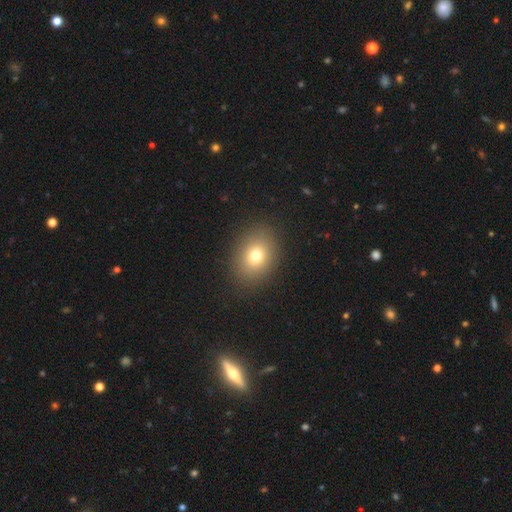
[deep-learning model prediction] Smooth or featured? smooth (75%)
How rounded? in between (57%)
Merging? none (88%)